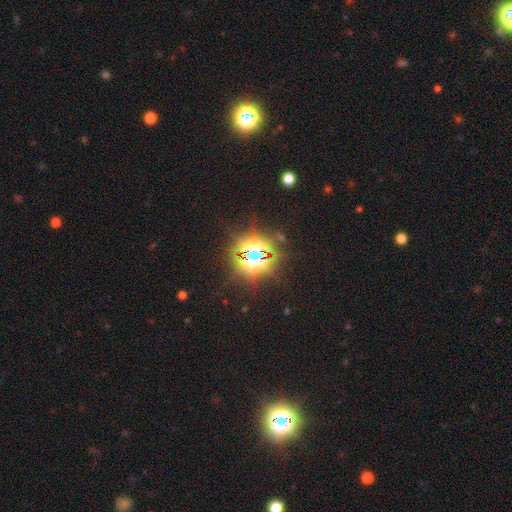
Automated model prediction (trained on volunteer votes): Overall: star or artifact (81%).